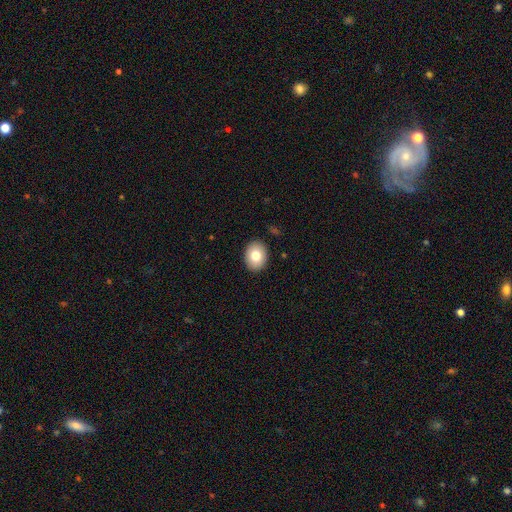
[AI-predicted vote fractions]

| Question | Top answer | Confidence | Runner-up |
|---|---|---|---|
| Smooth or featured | smooth | 79% | featured or disk (12%) |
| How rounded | in between | 56% | round (43%) |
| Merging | none | 90% | minor disturbance (7%) |